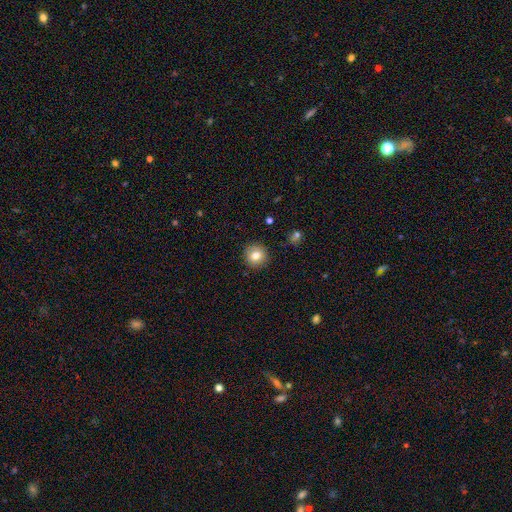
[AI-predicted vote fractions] smooth-or-featured: smooth: 81% | star or artifact: 10% | featured or disk: 9%
  how-rounded: round: 93% | in between: 6% | cigar-shaped: 1%
  merging: none: 90% | minor disturbance: 6% | major disturbance: 2% | merger: 1%